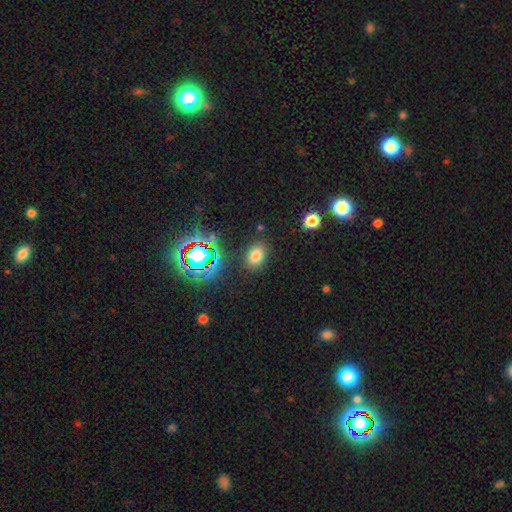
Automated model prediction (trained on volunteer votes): Overall: smooth (72%). How rounded: in between (74%). Merging: none (84%).